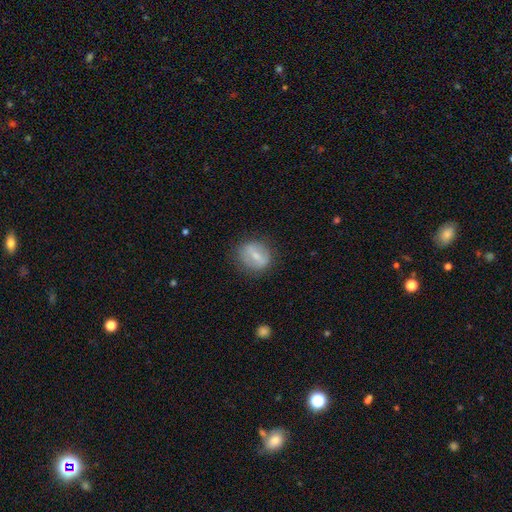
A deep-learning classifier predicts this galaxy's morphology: Q: Smooth or featured?
A: featured or disk (49%); runner-up: smooth (44%)
Q: Merging?
A: none (79%); runner-up: minor disturbance (14%)